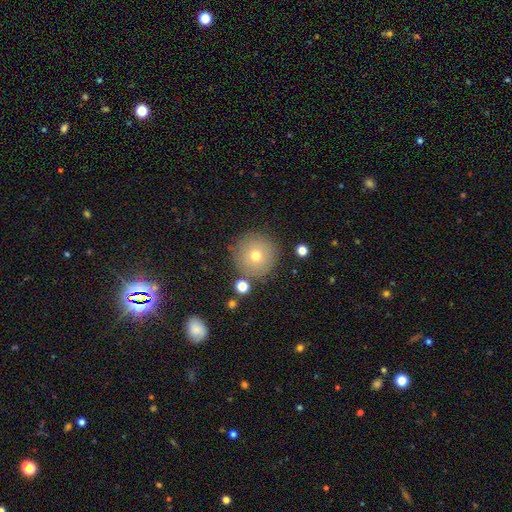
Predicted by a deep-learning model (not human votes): smooth 70%, featured or disk 17%, star or artifact 13%. Down the decision tree: how rounded — round (96%); merging — none (85%).